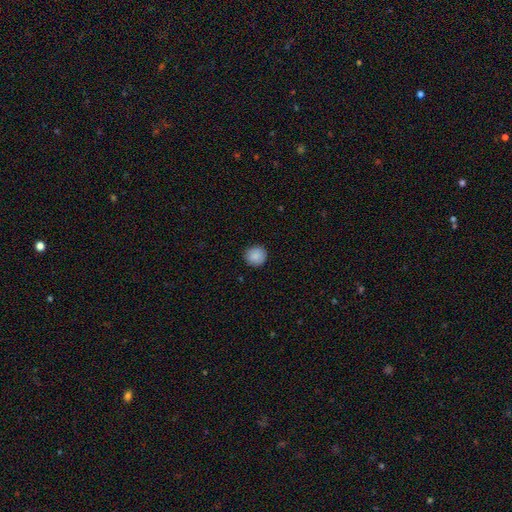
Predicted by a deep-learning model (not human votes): This is clearly a smooth galaxy (88%). How rounded: clearly round (93%). Merging: clearly none (90%).